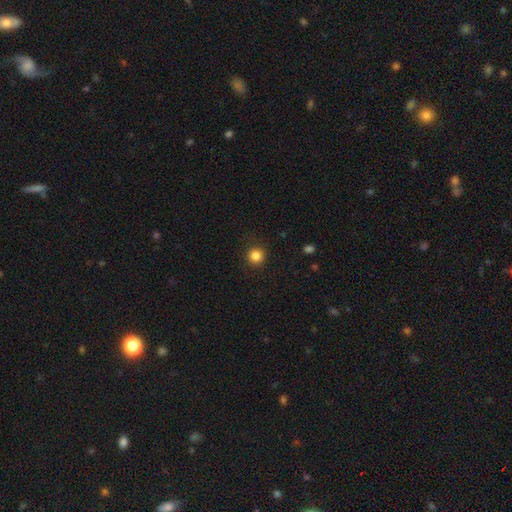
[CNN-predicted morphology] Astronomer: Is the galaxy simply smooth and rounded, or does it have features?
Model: smooth — 85%.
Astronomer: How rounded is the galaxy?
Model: round — 94%.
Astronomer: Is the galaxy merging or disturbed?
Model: none — 91%.